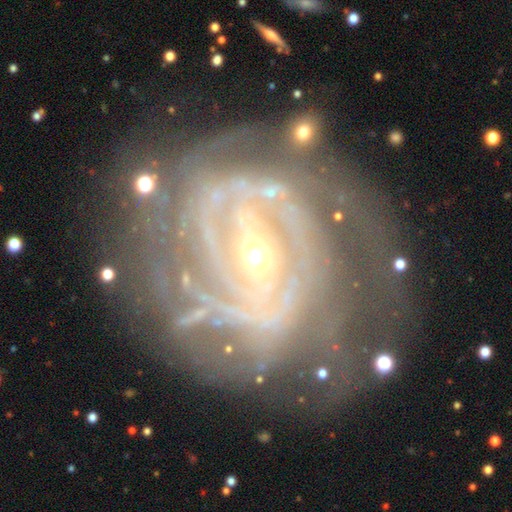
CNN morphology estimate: featured or disk 88%, star or artifact 6%, smooth 5%. Down the decision tree: edge-on disk — no (97%); bar — strong (39%); spiral arms — yes (94%); spiral arm count — can't tell (31%); spiral winding — tight (69%); bulge size — small (79%); merging — none (64%).